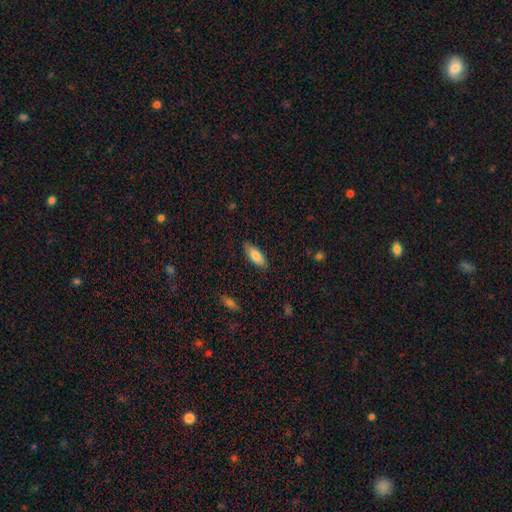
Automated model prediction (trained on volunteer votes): Smooth or featured?
  - smooth: 79% *
  - featured or disk: 15%
  - star or artifact: 6%
How rounded?
  - in between: 76% *
  - cigar-shaped: 22%
  - round: 2%
Merging?
  - none: 84% *
  - minor disturbance: 13%
  - major disturbance: 2%
  - merger: 1%